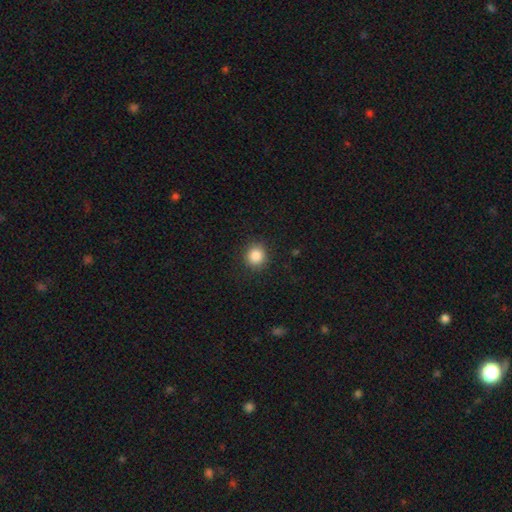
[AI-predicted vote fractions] Smooth or featured?
  - smooth: 86% *
  - star or artifact: 10%
  - featured or disk: 4%
How rounded?
  - round: 88% *
  - in between: 11%
  - cigar-shaped: 1%
Merging?
  - none: 90% *
  - minor disturbance: 7%
  - major disturbance: 2%
  - merger: 1%